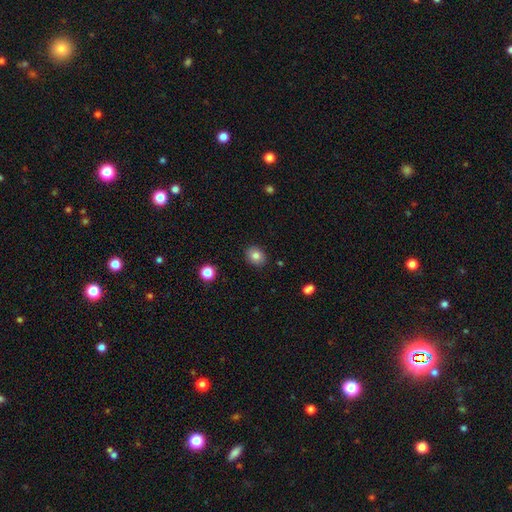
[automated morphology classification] Smooth or featured? Predicted: smooth (p=0.82). How rounded? Predicted: round (p=0.53). Merging? Predicted: none (p=0.88).